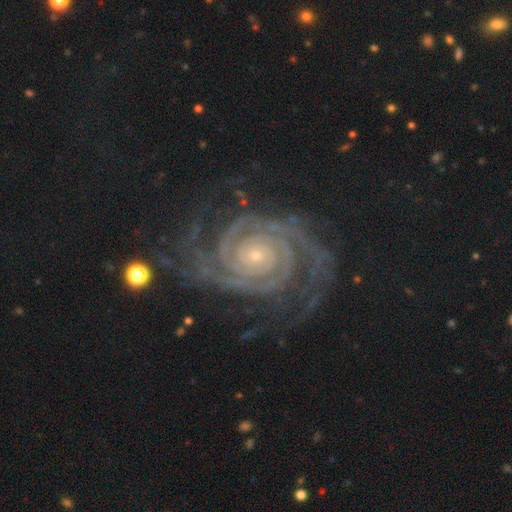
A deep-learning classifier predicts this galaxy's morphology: Overall: featured or disk (93%). Edge-on disk: no (98%). Bar: no (79%). Spiral arms: yes (99%). Spiral arm count: 2 (50%; 3 15%). Spiral winding: tight (85%). Bulge size: small (81%). Merging: none (73%).